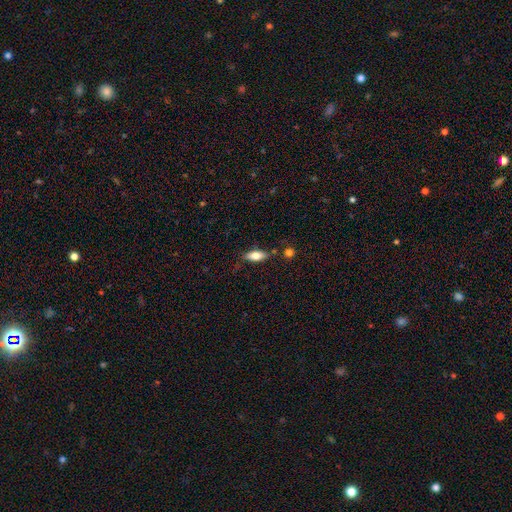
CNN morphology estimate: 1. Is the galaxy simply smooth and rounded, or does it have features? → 71% smooth, 22% featured or disk, 7% star or artifact.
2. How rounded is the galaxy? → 77% in between, 20% cigar-shaped, 3% round.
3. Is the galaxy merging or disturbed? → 75% none, 16% minor disturbance, 5% merger, 4% major disturbance.